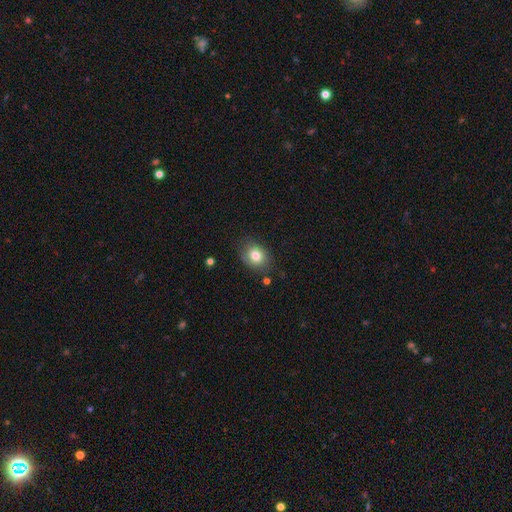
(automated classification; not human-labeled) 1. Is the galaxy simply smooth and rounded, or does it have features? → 80% smooth, 11% featured or disk, 9% star or artifact.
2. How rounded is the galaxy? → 58% in between, 41% round, 1% cigar-shaped.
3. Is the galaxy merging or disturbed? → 78% none, 16% minor disturbance, 4% major disturbance, 2% merger.